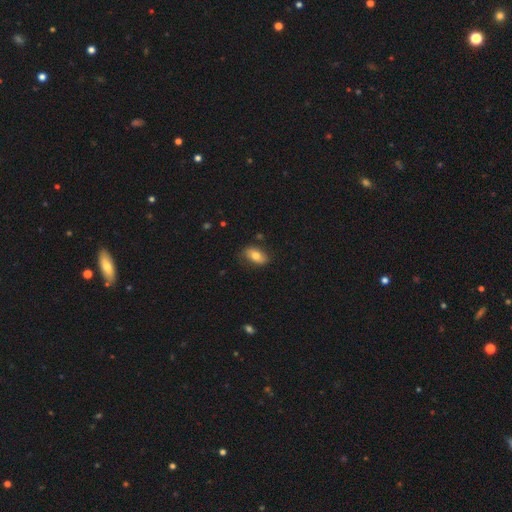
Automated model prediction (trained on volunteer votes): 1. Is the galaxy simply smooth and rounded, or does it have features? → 76% smooth, 17% featured or disk, 7% star or artifact.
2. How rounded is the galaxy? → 90% in between, 6% round, 4% cigar-shaped.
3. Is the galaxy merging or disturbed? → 80% none, 16% minor disturbance, 3% major disturbance, 2% merger.